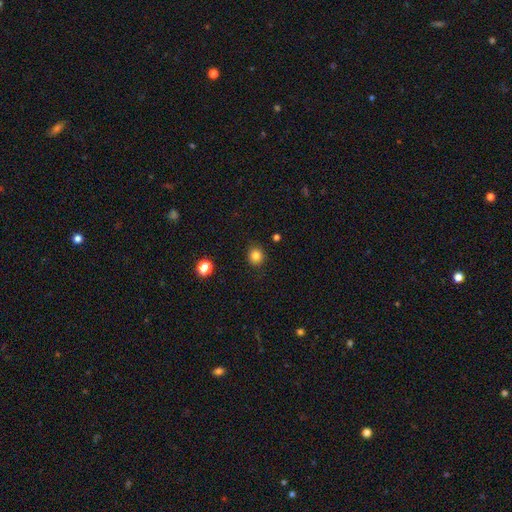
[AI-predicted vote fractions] Q: Smooth or featured?
A: smooth (83%); runner-up: star or artifact (12%)
Q: How rounded?
A: round (86%); runner-up: in between (13%)
Q: Merging?
A: none (89%); runner-up: minor disturbance (7%)